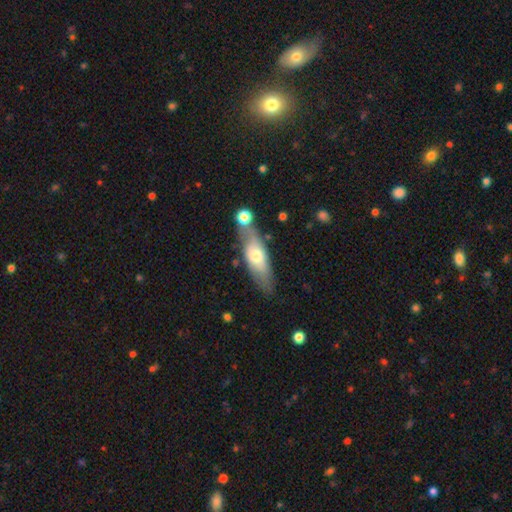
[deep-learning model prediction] A smooth galaxy with no disk features (56%) that is in between round and cigar-shaped (55%). Merging: none (60%).